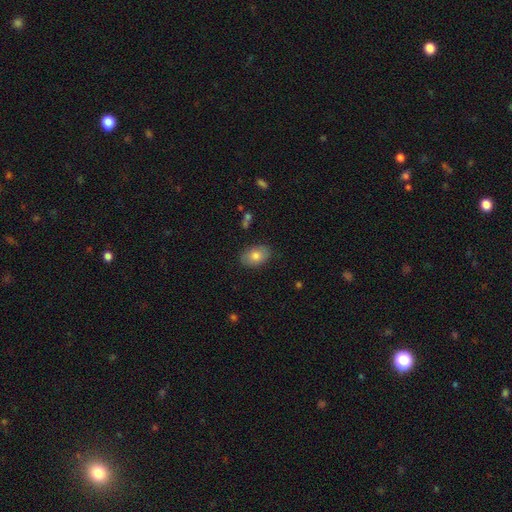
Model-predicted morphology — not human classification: Smooth or featured: smooth — 79% (featured or disk — 14%)
How rounded: in between — 85% (round — 14%)
Merging: none — 85% (minor disturbance — 11%)